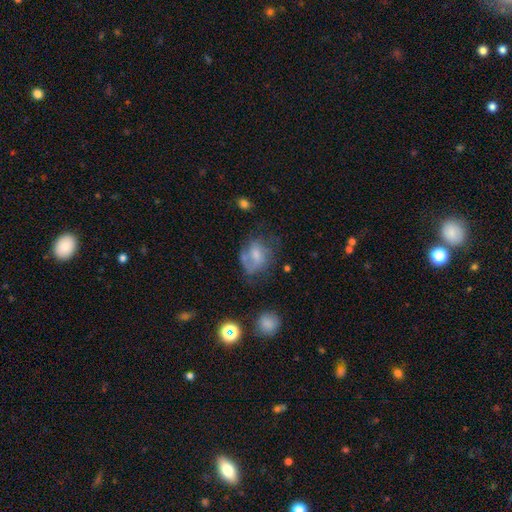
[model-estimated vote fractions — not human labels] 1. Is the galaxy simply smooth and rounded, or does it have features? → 50% featured or disk, 40% smooth, 11% star or artifact.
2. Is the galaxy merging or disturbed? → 39% none, 29% major disturbance, 26% minor disturbance, 7% merger.